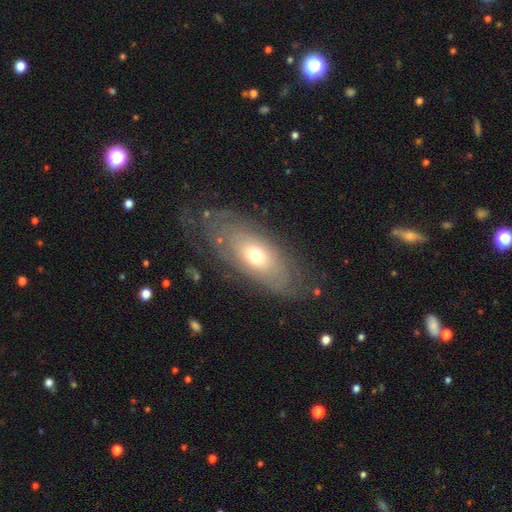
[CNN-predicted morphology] The model was most divided on "smooth or featured": featured or disk: 56%, smooth: 36%, star or artifact: 8%. More confident: edge-on disk — no (85%); merging — none (72%).